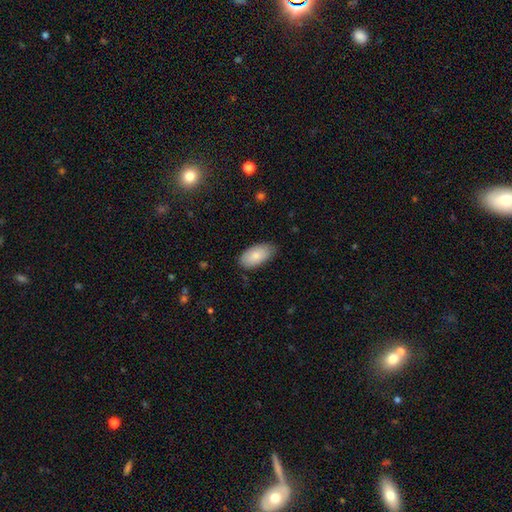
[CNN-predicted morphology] Smooth or featured? smooth (84%)
How rounded? in between (95%)
Merging? none (79%)